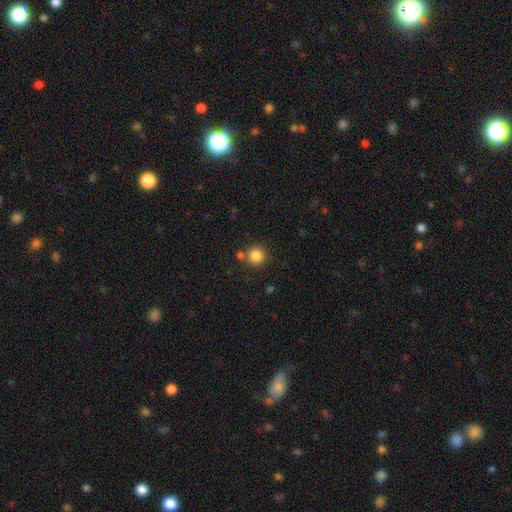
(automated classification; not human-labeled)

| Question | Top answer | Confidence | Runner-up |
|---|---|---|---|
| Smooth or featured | smooth | 84% | star or artifact (11%) |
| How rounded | round | 92% | in between (7%) |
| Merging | none | 75% | merger (13%) |